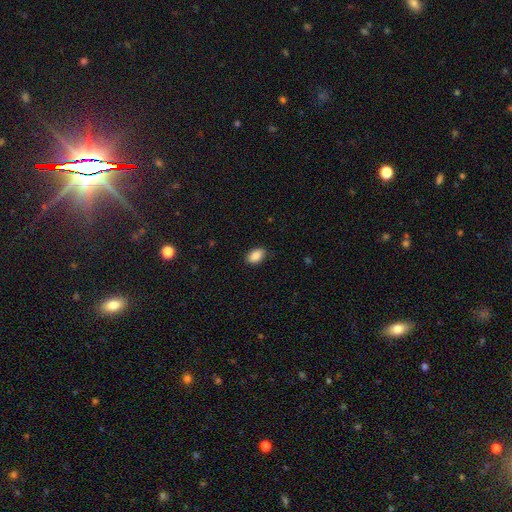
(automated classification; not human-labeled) Morphology: type=smooth (88%); roundness=in between (91%); merging=none (84%).